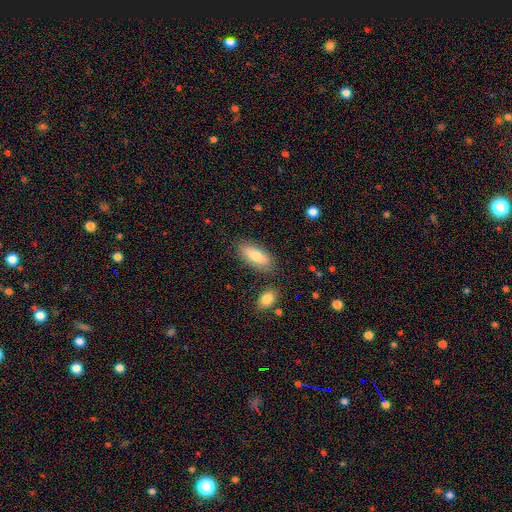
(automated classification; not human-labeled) Overall: smooth (74%). How rounded: in between (79%). Merging: none (81%).